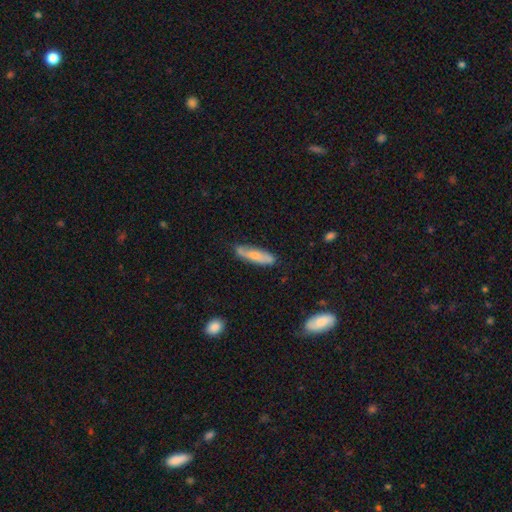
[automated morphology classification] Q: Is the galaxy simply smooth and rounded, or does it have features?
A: smooth — 62%.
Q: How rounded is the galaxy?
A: cigar-shaped — 67%.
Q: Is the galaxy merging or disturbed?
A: none — 70%.